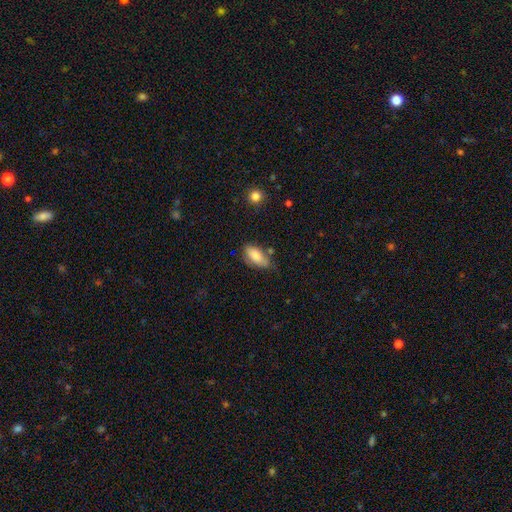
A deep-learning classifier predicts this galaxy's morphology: This is likely a smooth galaxy (80%). How rounded: clearly in between (88%). Merging: likely none (61%).